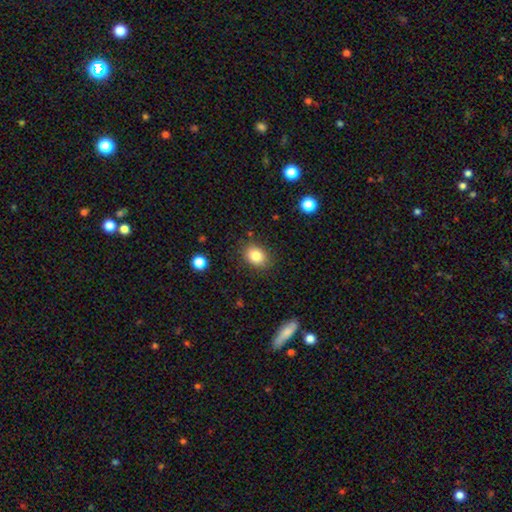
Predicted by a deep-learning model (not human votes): A smooth galaxy with no disk features (83%) that is in between round and cigar-shaped (56%).

Vote fractions:
- Smooth or featured? smooth: 83% / star or artifact: 10% / featured or disk: 7%
- How rounded? in between: 56% / round: 43% / cigar-shaped: 1%
- Merging? none: 86% / minor disturbance: 10% / major disturbance: 3% / merger: 1%